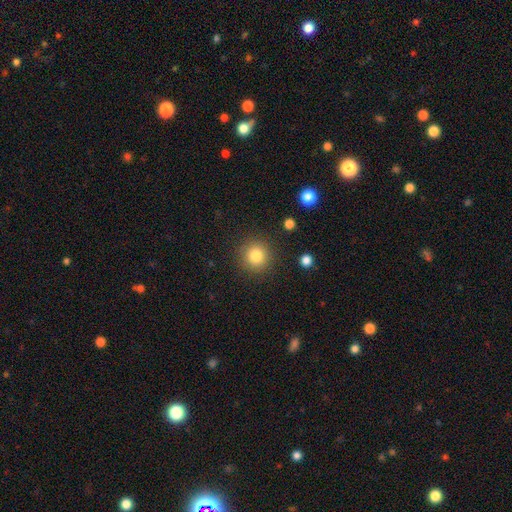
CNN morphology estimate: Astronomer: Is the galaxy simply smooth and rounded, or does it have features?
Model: smooth — 82%.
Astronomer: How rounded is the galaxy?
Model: round — 94%.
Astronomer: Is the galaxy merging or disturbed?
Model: none — 89%.